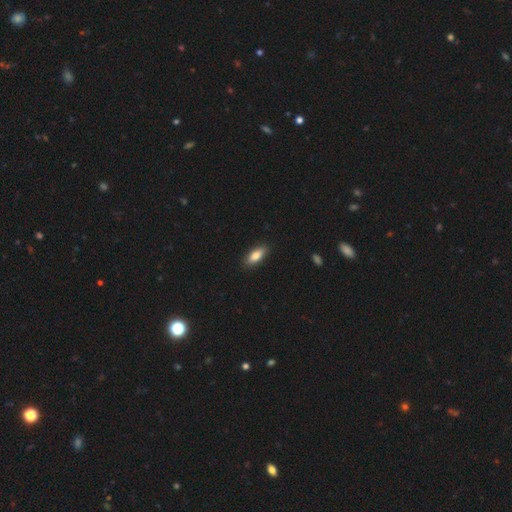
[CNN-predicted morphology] smooth 84%, featured or disk 10%, star or artifact 7%. Down the decision tree: how rounded — in between (80%); merging — none (88%).